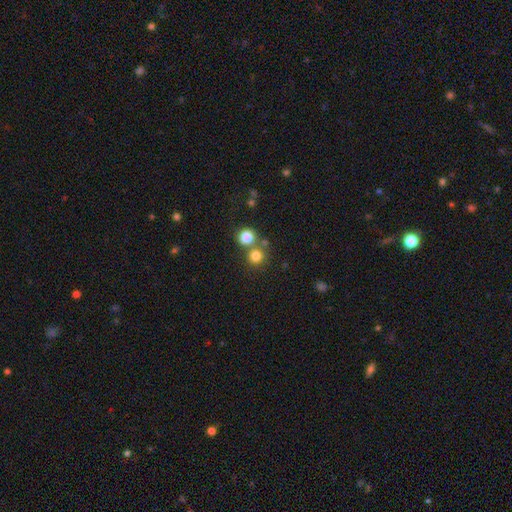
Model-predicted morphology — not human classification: Smooth or featured? Predicted: smooth (p=0.78). How rounded? Predicted: round (p=0.91). Merging? Predicted: none (p=0.62).